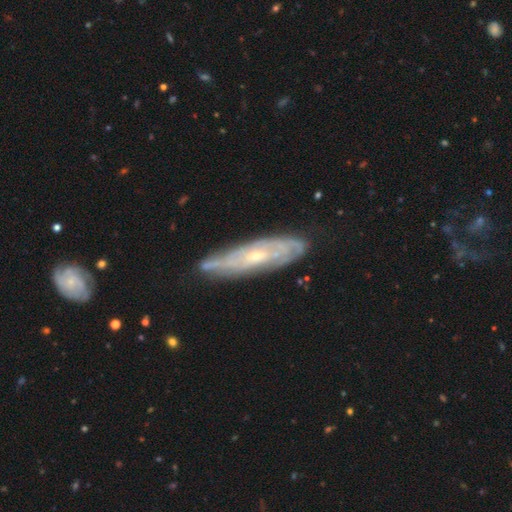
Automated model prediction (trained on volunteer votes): This appears to be a featured or disk galaxy (79%) with no bar (66%), spiral arms (87%) and a small central bulge (63%). Merging: none (76%).